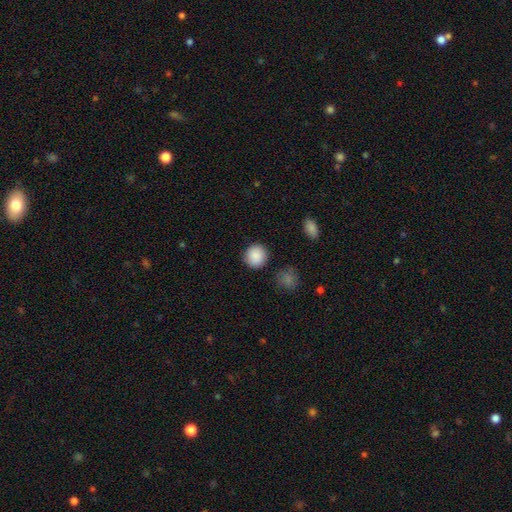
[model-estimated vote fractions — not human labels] Smooth or featured? Predicted: smooth (p=0.89). How rounded? Predicted: round (p=0.88). Merging? Predicted: none (p=0.88).